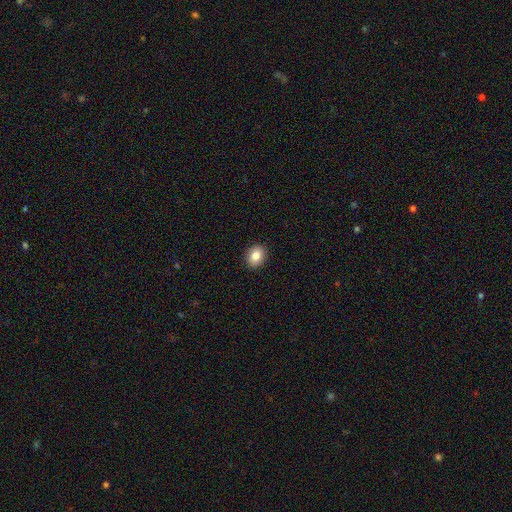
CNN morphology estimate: smooth-or-featured: smooth: 84% | star or artifact: 9% | featured or disk: 7%
  how-rounded: in between: 52% | round: 47% | cigar-shaped: 1%
  merging: none: 91% | minor disturbance: 6% | major disturbance: 2% | merger: 1%